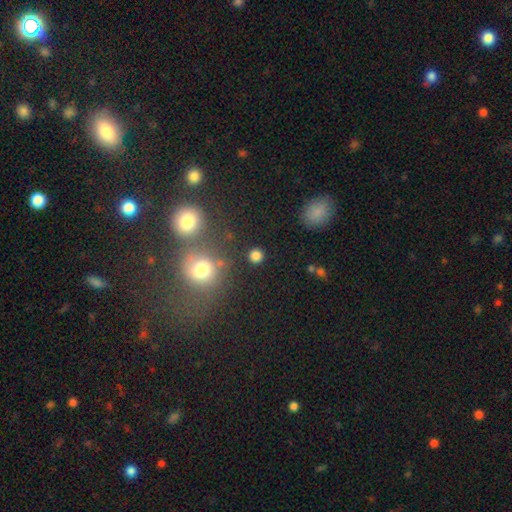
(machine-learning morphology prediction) smooth 80%, star or artifact 15%, featured or disk 5%. Down the decision tree: how rounded — round (90%); merging — none (86%).